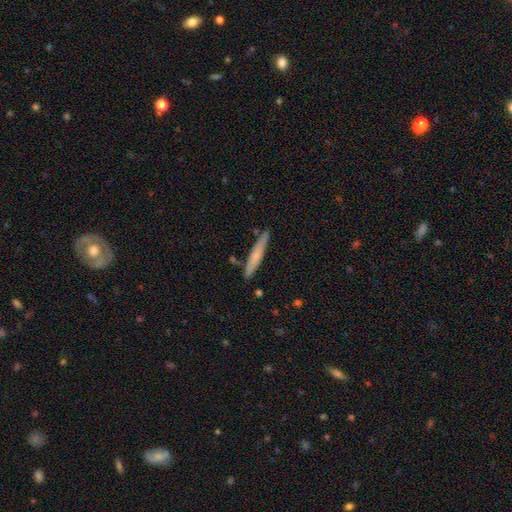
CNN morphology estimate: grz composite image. It shows a smooth galaxy with no disk features (58%) that is cigar-shaped (94%). Merging: none (86%).